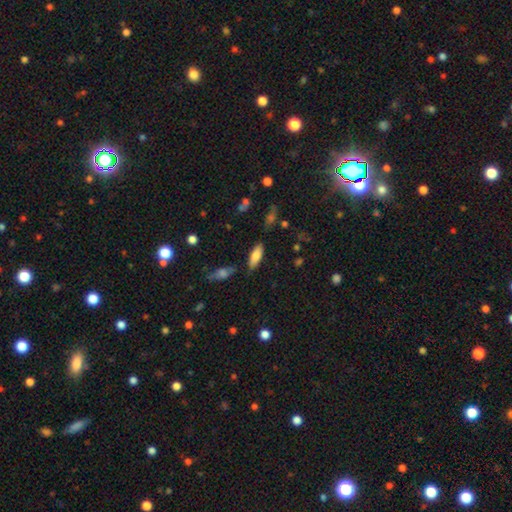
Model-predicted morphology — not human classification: Overall: smooth (78%). How rounded: in between (74%). Merging: none (79%).